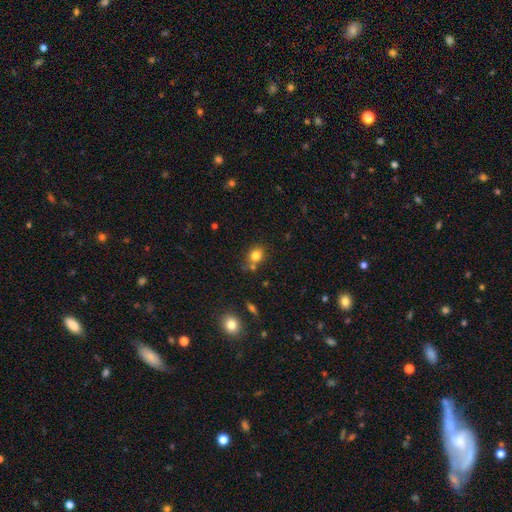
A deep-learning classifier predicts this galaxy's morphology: The model was most divided on "how rounded": round: 67%, in between: 32%, cigar-shaped: 1%. More confident: smooth or featured — smooth (80%); merging — none (63%).